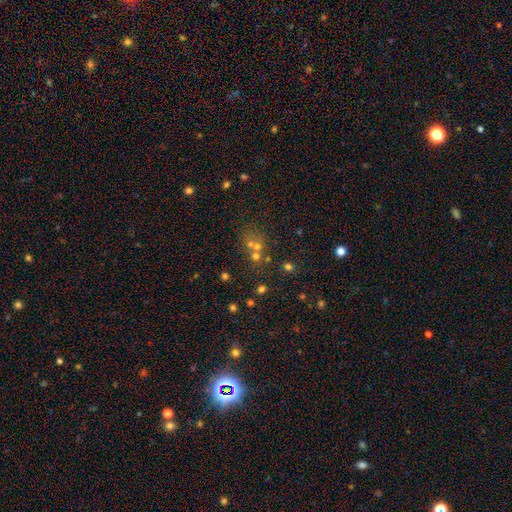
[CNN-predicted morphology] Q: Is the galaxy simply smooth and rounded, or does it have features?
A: smooth — 45%.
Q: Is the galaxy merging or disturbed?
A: none — 50%.